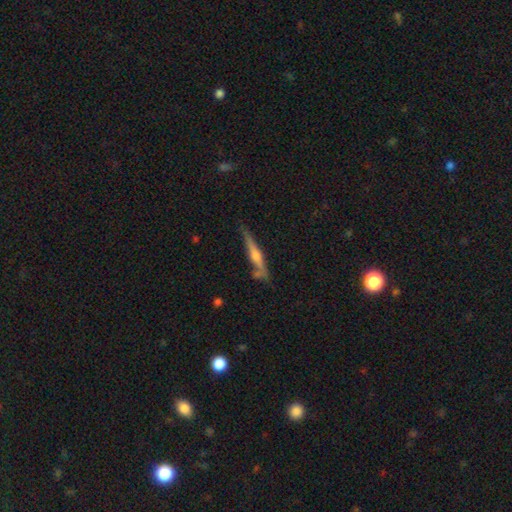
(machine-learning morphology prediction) Q: Smooth or featured?
A: featured or disk (66%); runner-up: smooth (28%)
Q: Edge-on disk?
A: yes (95%); runner-up: no (5%)
Q: Edge-on bulge?
A: rounded (77%); runner-up: none (14%)
Q: Merging?
A: none (73%); runner-up: minor disturbance (18%)